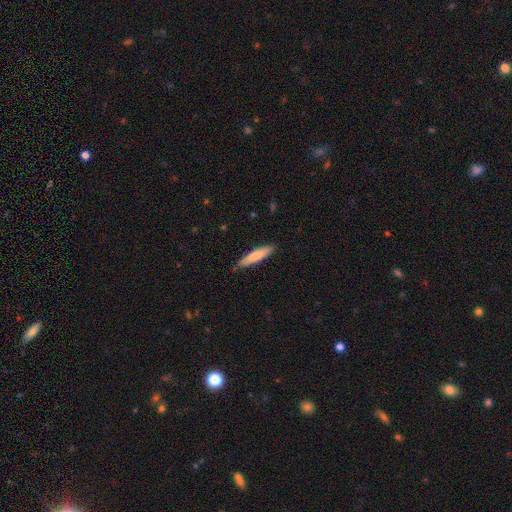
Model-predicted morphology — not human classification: Smooth or featured? Predicted: smooth (p=0.77). How rounded? Predicted: cigar-shaped (p=0.84). Merging? Predicted: none (p=0.84).